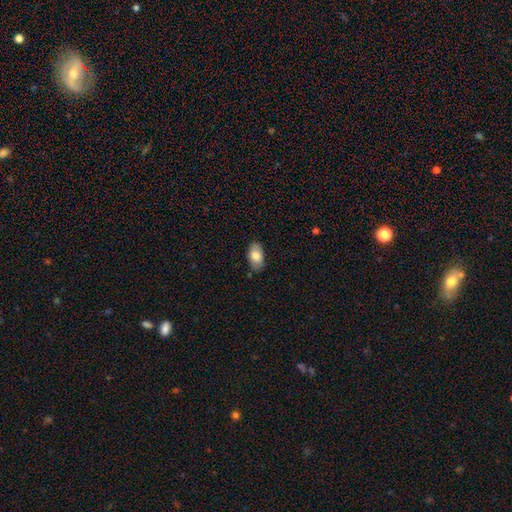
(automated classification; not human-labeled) Smooth or featured?
  - smooth: 79% *
  - featured or disk: 14%
  - star or artifact: 7%
How rounded?
  - in between: 94% *
  - round: 4%
  - cigar-shaped: 2%
Merging?
  - none: 82% *
  - minor disturbance: 14%
  - major disturbance: 2%
  - merger: 2%